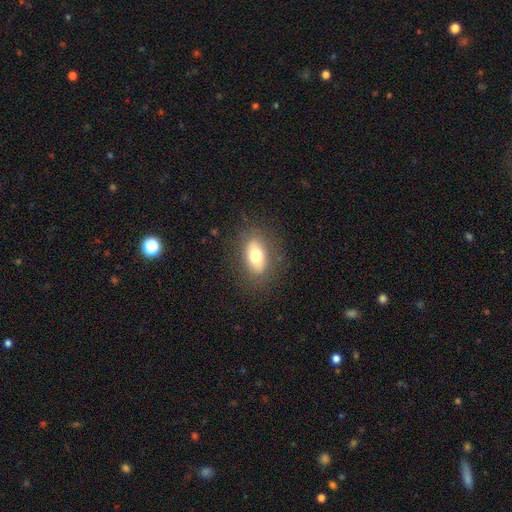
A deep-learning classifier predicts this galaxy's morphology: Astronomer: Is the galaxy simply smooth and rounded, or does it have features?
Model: smooth — 70%.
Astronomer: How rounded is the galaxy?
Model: in between — 84%.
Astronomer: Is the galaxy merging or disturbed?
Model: none — 83%.